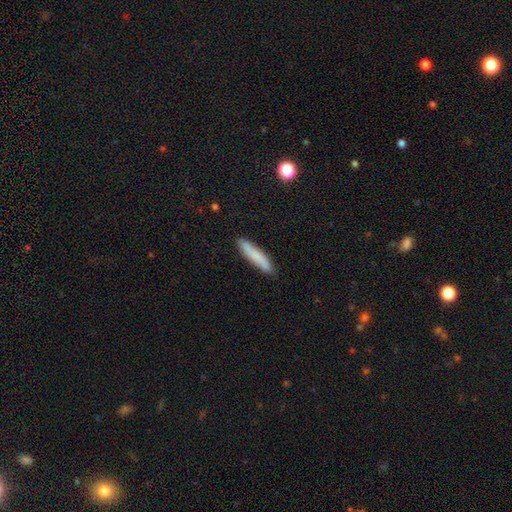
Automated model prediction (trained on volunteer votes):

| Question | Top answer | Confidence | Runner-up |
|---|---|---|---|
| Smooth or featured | smooth | 77% | featured or disk (17%) |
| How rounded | cigar-shaped | 88% | in between (11%) |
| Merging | none | 86% | minor disturbance (11%) |